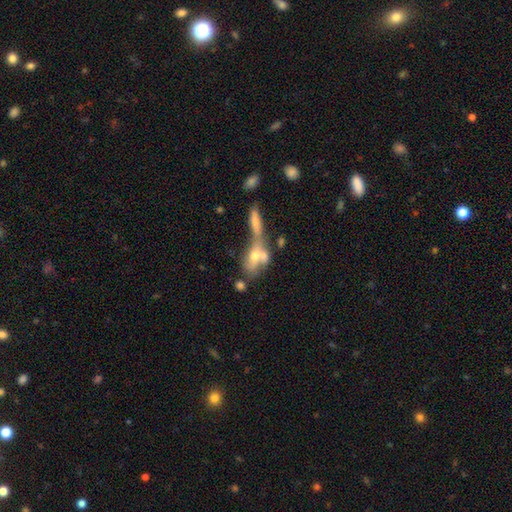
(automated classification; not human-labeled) Smooth or featured: smooth — 49% (featured or disk — 40%)
Merging: merger — 60% (none — 21%)